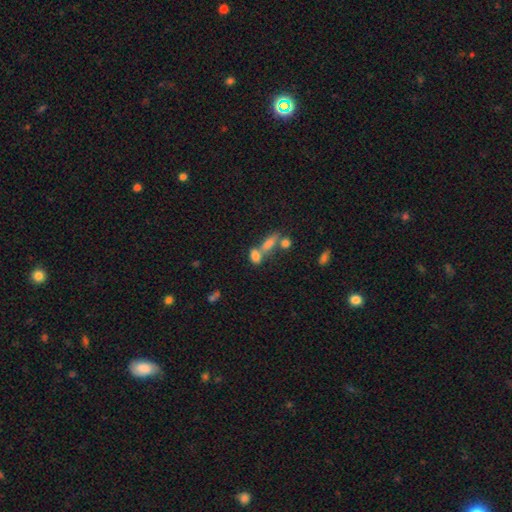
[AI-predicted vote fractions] This is likely a smooth galaxy (74%). How rounded: likely in between (73%). Merging: possibly merger (49%).